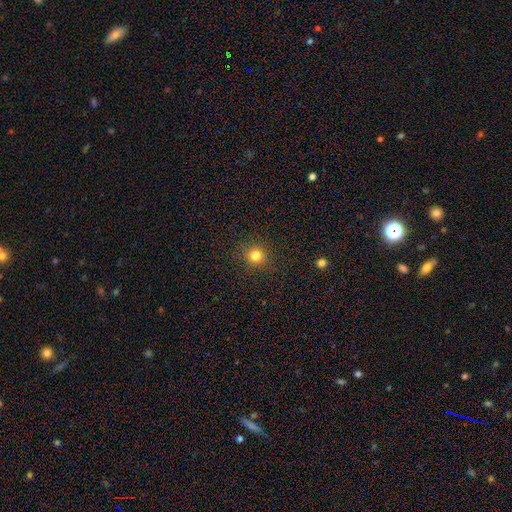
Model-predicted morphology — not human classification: This appears to be a smooth galaxy with no disk features (81%) that is round (93%). Merging: none (91%).